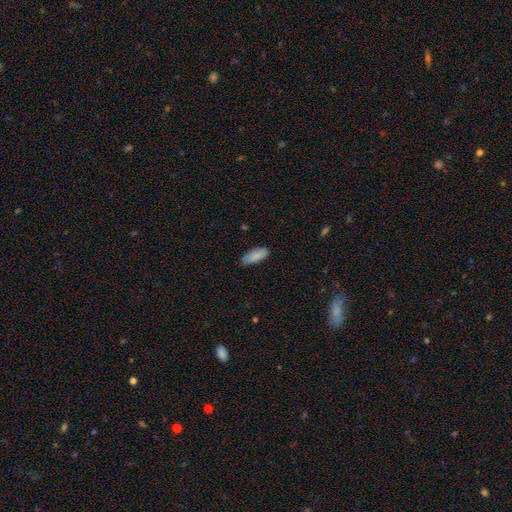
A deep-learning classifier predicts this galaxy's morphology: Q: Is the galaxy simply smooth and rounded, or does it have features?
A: smooth — 86%.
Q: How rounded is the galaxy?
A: in between — 74%.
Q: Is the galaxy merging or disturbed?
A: none — 80%.